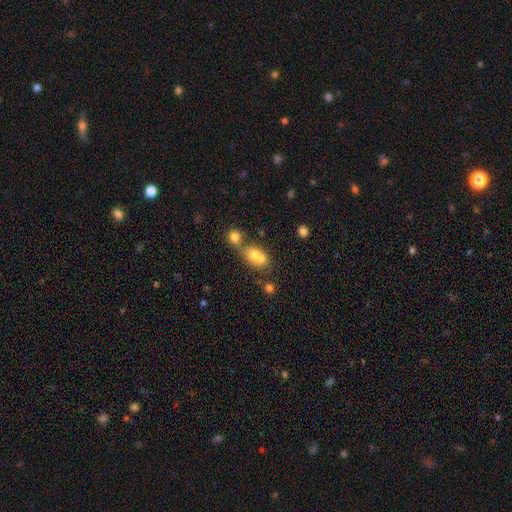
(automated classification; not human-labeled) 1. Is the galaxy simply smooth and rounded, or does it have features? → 66% smooth, 18% featured or disk, 15% star or artifact.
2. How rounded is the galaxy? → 54% in between, 43% round, 3% cigar-shaped.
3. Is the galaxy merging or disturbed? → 59% merger, 29% none, 8% minor disturbance, 5% major disturbance.